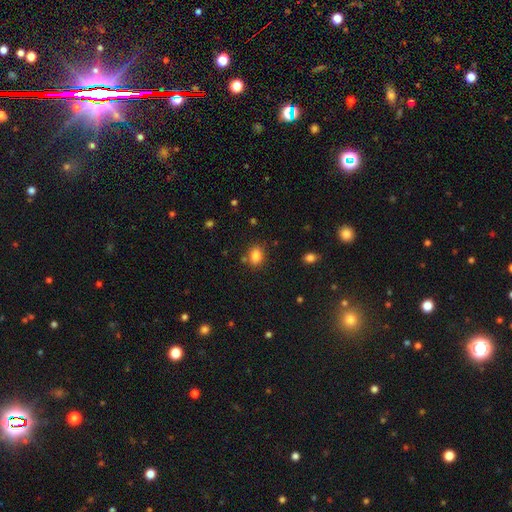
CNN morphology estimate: A smooth galaxy with no disk features (85%) that is in between round and cigar-shaped (74%).

Vote fractions:
- Smooth or featured? smooth: 85% / star or artifact: 10% / featured or disk: 5%
- How rounded? in between: 74% / round: 24% / cigar-shaped: 1%
- Merging? none: 76% / minor disturbance: 13% / merger: 7% / major disturbance: 4%